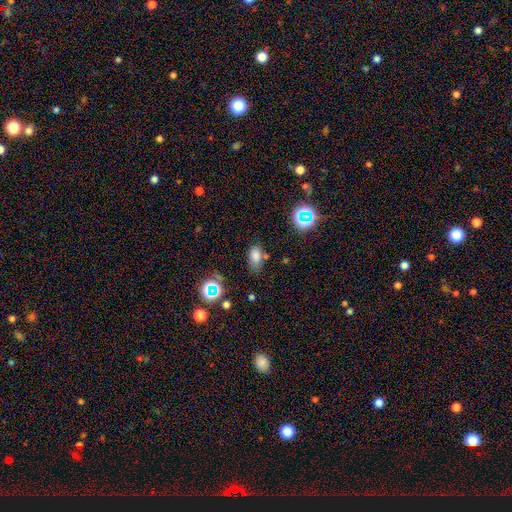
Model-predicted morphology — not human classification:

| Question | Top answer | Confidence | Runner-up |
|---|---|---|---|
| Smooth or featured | smooth | 74% | star or artifact (18%) |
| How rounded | in between | 87% | round (9%) |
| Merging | none | 62% | minor disturbance (25%) |